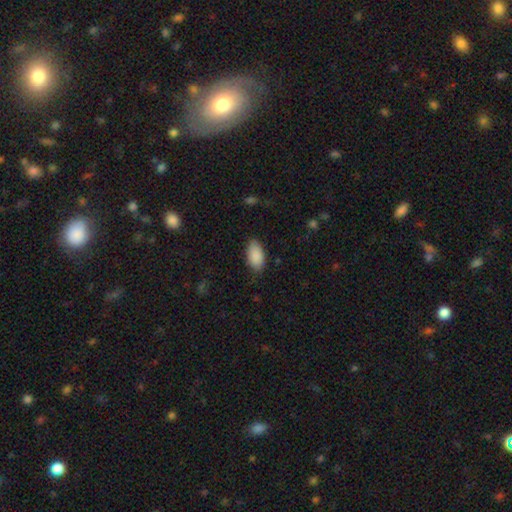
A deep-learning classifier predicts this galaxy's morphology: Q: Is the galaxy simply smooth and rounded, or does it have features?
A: smooth — 90%.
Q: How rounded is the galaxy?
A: in between — 95%.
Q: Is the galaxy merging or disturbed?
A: none — 83%.